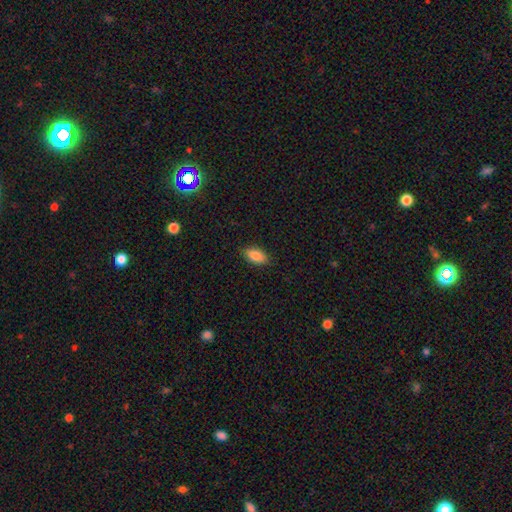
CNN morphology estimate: A smooth galaxy with no disk features (86%) that is in between round and cigar-shaped (91%).

Vote fractions:
- Smooth or featured? smooth: 86% / star or artifact: 7% / featured or disk: 7%
- How rounded? in between: 91% / cigar-shaped: 6% / round: 3%
- Merging? none: 87% / minor disturbance: 10% / major disturbance: 2% / merger: 1%